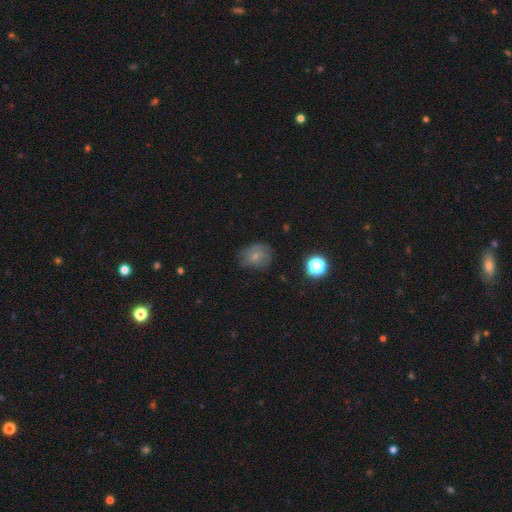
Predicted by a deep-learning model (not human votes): Q: Smooth or featured?
A: smooth (62%); runner-up: featured or disk (25%)
Q: How rounded?
A: round (62%); runner-up: in between (37%)
Q: Merging?
A: none (61%); runner-up: minor disturbance (27%)